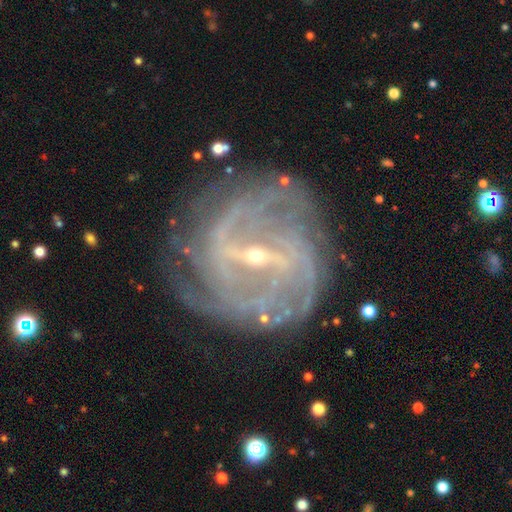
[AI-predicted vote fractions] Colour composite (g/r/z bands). It shows a featured or disk galaxy (90%) with a strong bar (60%), tight (56%) spiral arms (95%) and a small central bulge (79%). Merging: none (75%).